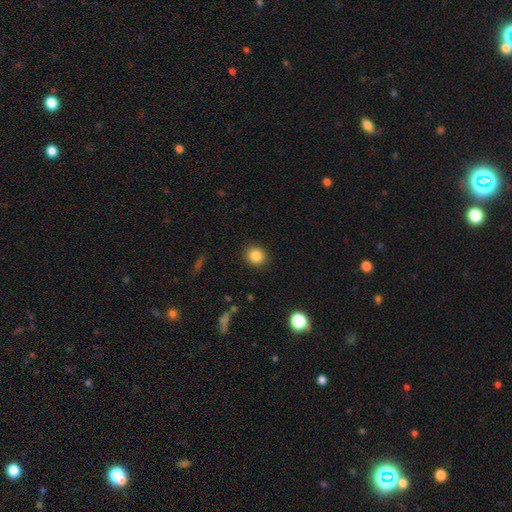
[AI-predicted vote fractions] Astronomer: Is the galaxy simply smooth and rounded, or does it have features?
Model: smooth — 85%.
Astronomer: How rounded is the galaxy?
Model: round — 82%.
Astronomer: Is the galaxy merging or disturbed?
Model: none — 91%.